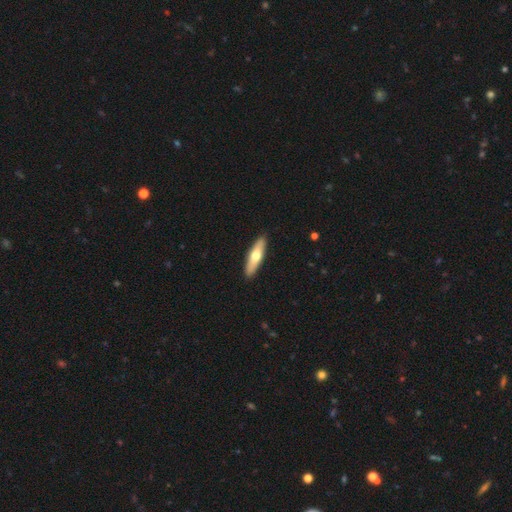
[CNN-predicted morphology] Q: Smooth or featured?
A: smooth (59%); runner-up: featured or disk (37%)
Q: How rounded?
A: cigar-shaped (67%); runner-up: in between (31%)
Q: Merging?
A: none (91%); runner-up: minor disturbance (7%)